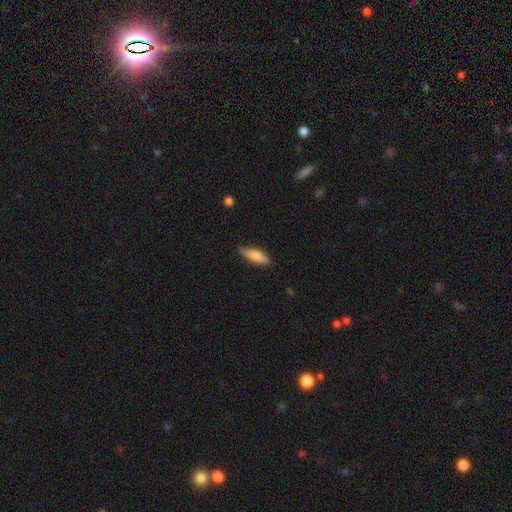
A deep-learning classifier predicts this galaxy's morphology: Overall: smooth (77%). How rounded: cigar-shaped (52%; in between 46%). Merging: none (77%).